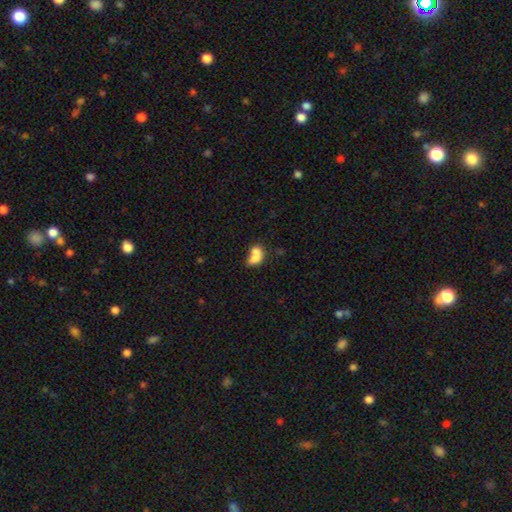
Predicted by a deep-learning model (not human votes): Smooth or featured? Predicted: smooth (p=0.71). How rounded? Predicted: in between (p=0.74). Merging? Predicted: merger (p=0.63).